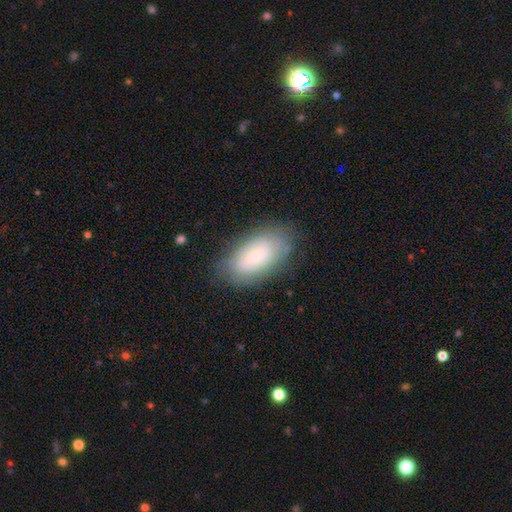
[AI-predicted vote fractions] Overall: smooth (66%). How rounded: in between (94%). Merging: none (77%).